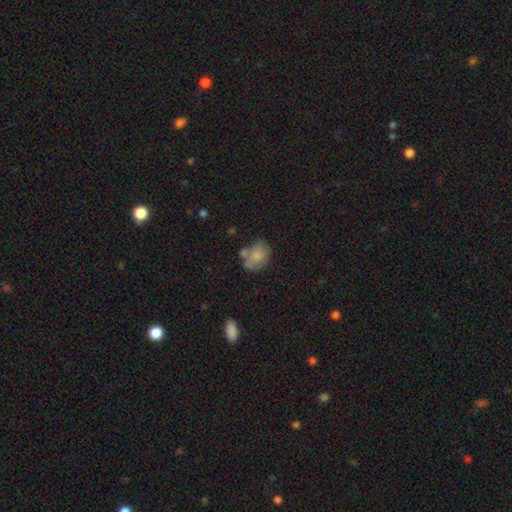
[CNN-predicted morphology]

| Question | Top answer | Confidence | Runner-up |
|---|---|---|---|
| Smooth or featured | smooth | 69% | featured or disk (22%) |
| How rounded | in between | 60% | round (39%) |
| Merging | none | 39% | merger (26%) |